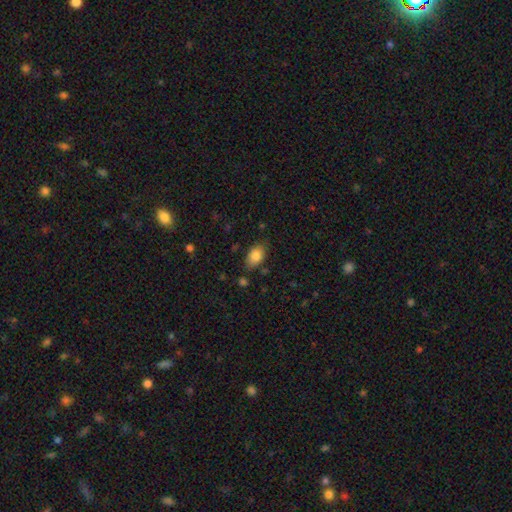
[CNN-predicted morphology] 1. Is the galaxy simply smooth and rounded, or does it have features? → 85% smooth, 8% featured or disk, 8% star or artifact.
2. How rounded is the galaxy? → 89% in between, 10% round, 2% cigar-shaped.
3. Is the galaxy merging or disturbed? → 77% none, 17% minor disturbance, 4% major disturbance, 2% merger.